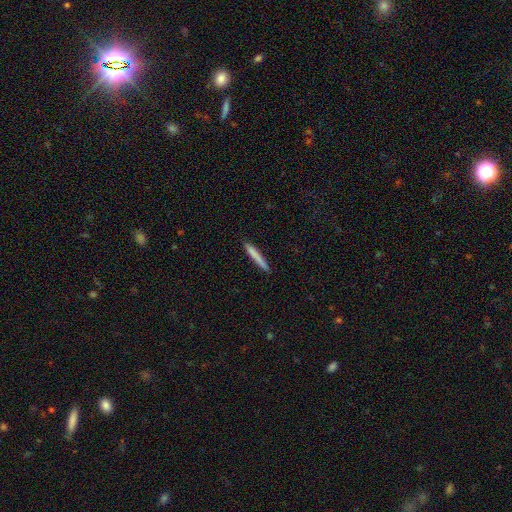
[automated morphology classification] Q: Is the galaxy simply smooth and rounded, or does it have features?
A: smooth — 78%.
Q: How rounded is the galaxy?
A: cigar-shaped — 96%.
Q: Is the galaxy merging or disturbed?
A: none — 90%.